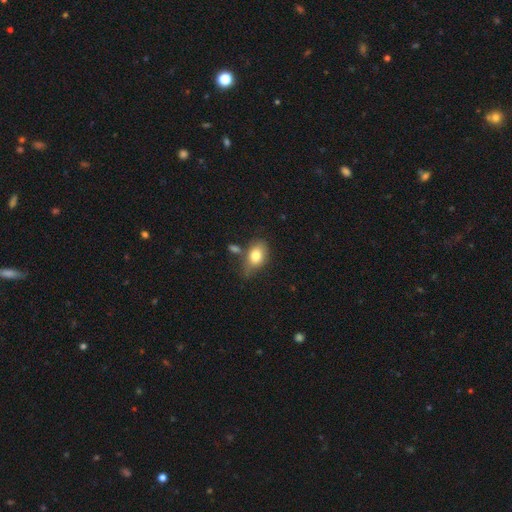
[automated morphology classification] smooth_or_featured: smooth (p=0.78) [alt: featured or disk p=0.13]
how_rounded: in between (p=0.79) [alt: round p=0.19]
merging: none (p=0.51) [alt: minor disturbance p=0.27]